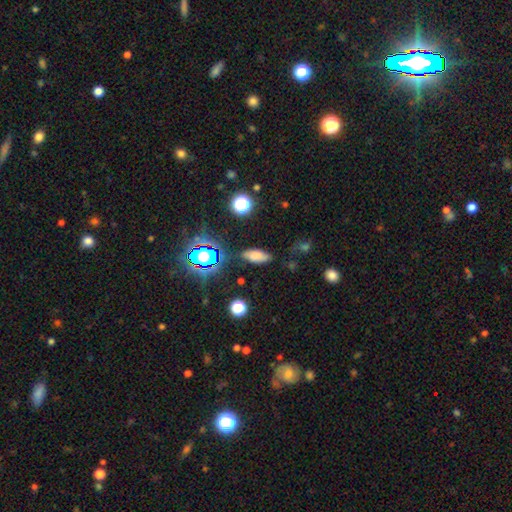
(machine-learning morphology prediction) Smooth or featured: smooth — 73% (star or artifact — 16%)
How rounded: in between — 77% (cigar-shaped — 19%)
Merging: none — 78% (minor disturbance — 15%)